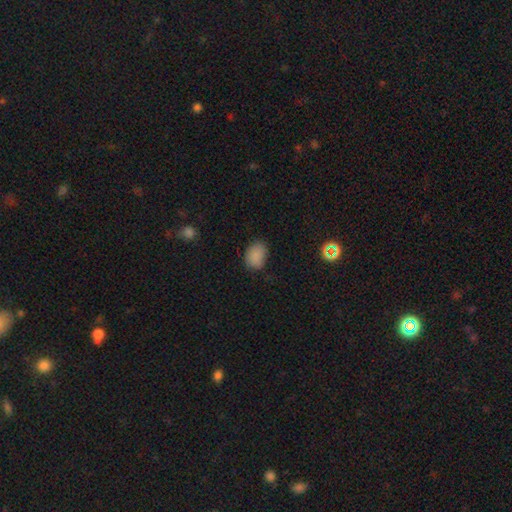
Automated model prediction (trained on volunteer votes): Overall: smooth (84%). How rounded: in between (71%). Merging: none (73%).